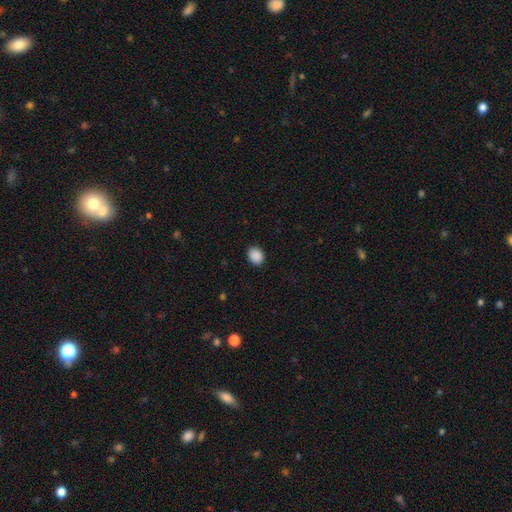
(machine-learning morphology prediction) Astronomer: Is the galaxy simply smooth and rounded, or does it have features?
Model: smooth — 89%.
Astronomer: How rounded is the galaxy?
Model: round — 52% (runner-up: in between, 48%).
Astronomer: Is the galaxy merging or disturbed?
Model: none — 89%.